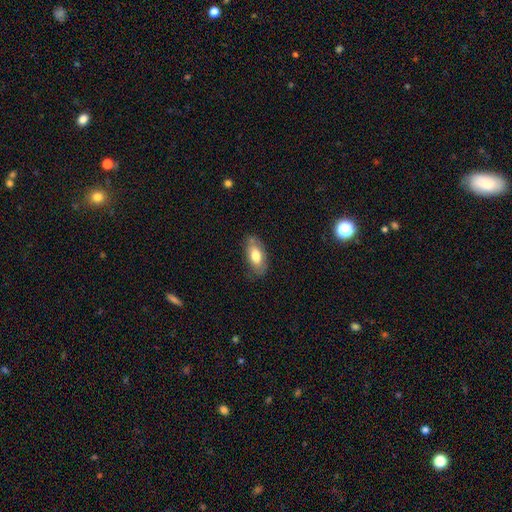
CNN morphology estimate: This is likely a smooth galaxy (73%). How rounded: clearly in between (90%). Merging: likely none (76%).